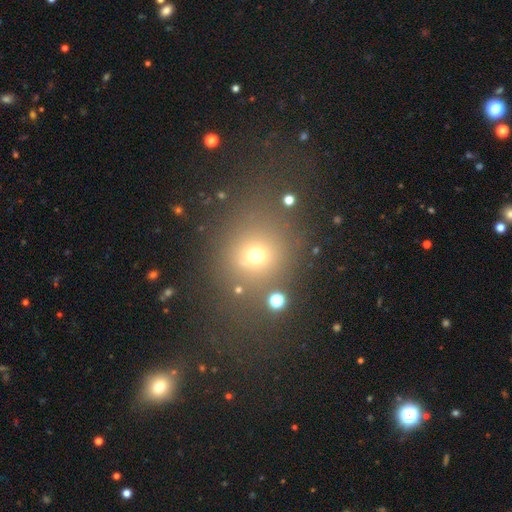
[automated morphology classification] Q: Smooth or featured?
A: smooth (64%); runner-up: star or artifact (24%)
Q: How rounded?
A: round (75%); runner-up: in between (23%)
Q: Merging?
A: none (71%); runner-up: minor disturbance (13%)